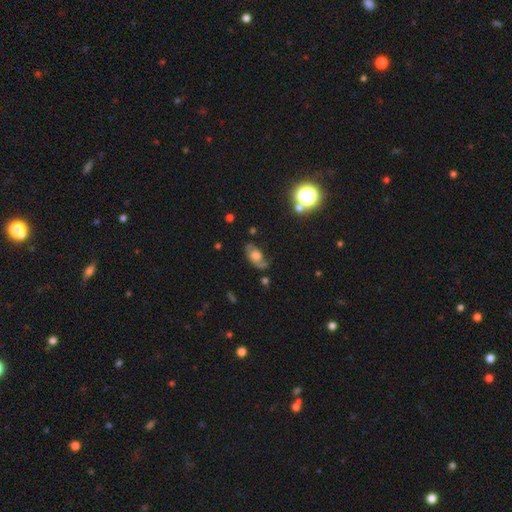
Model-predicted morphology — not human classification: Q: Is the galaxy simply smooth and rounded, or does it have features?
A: featured or disk — 61%.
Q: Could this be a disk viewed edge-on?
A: no — 92%.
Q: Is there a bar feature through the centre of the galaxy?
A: no — 72%.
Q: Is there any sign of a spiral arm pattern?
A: yes — 78%.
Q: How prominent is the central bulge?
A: large — 44%.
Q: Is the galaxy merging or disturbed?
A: none — 59%.